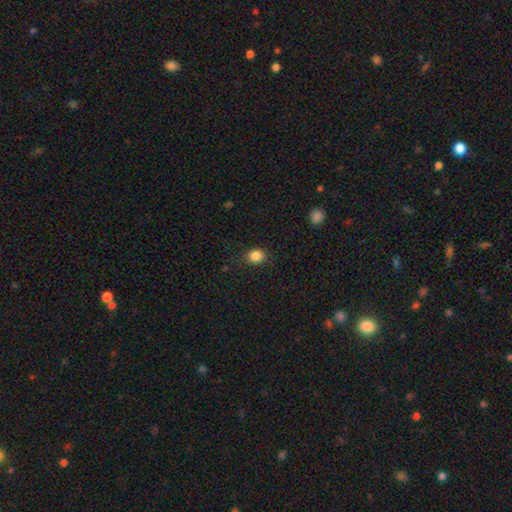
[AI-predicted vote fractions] The model was most divided on "how rounded": round: 68%, in between: 31%, cigar-shaped: 1%. More confident: smooth or featured — smooth (86%); merging — none (84%).